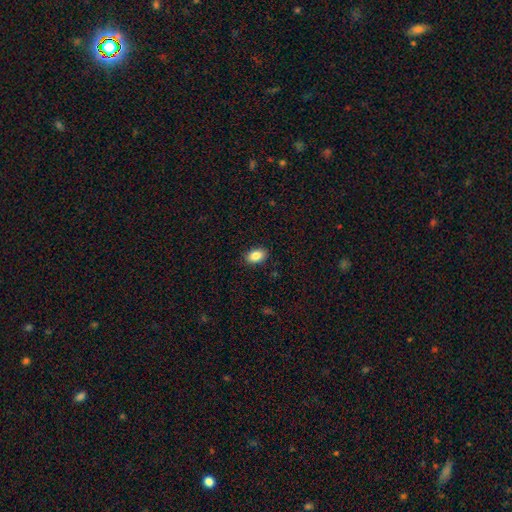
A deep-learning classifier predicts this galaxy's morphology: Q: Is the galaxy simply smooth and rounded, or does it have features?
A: smooth — 86%.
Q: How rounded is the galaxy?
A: in between — 89%.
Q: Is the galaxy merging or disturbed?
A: none — 89%.